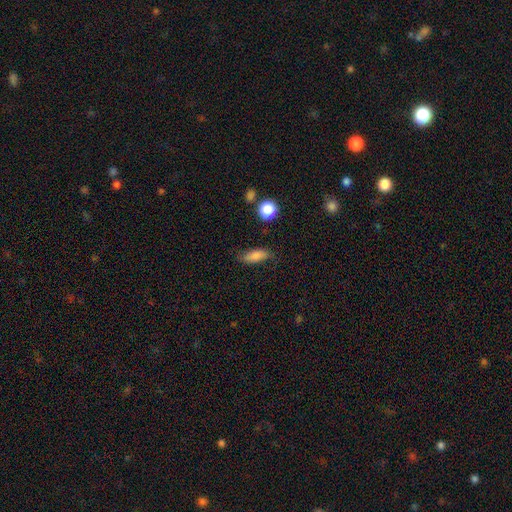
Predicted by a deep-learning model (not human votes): Morphology: type=smooth (80%); roundness=in between (71%); merging=none (75%).